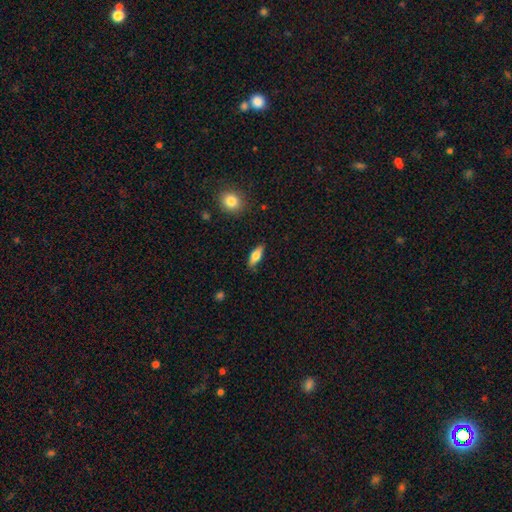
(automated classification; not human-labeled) smooth 69%, featured or disk 25%, star or artifact 7%. Down the decision tree: how rounded — in between (66%); merging — none (86%).